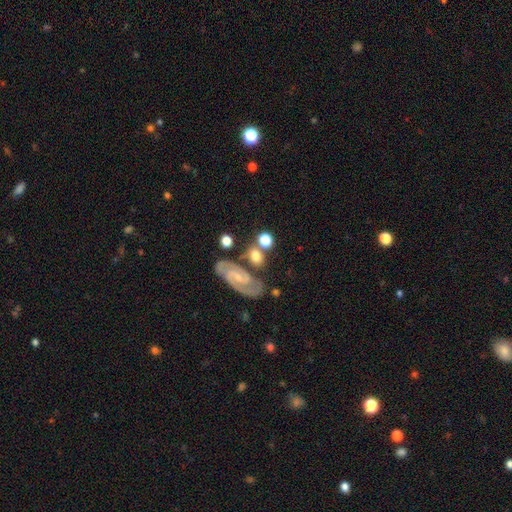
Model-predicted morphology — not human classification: smooth-or-featured: smooth: 51% | featured or disk: 39% | star or artifact: 10%
  how-rounded: round: 58% | in between: 38% | cigar-shaped: 4%
  merging: none: 62% | merger: 19% | minor disturbance: 14% | major disturbance: 5%